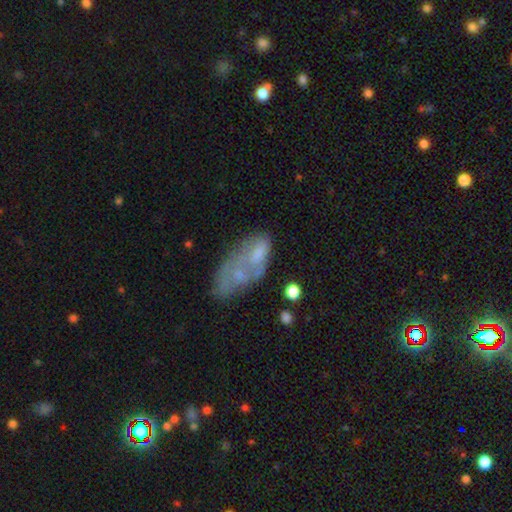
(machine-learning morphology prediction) type=smooth (47%); merging=none (28%, tied with merger).